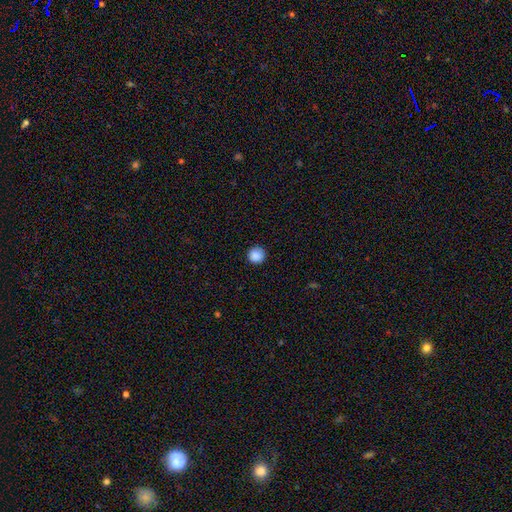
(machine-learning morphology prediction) Smooth or featured? smooth (88%)
How rounded? round (95%)
Merging? none (90%)